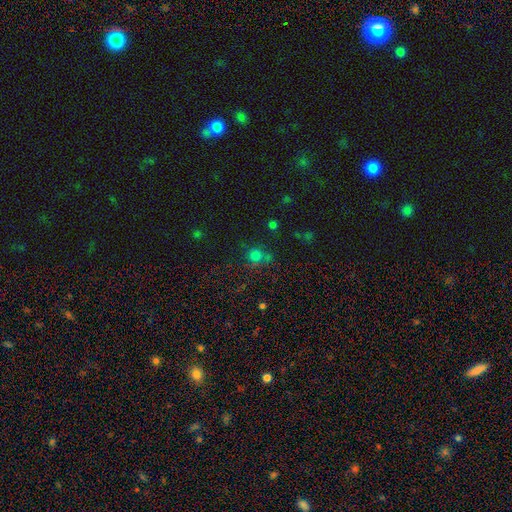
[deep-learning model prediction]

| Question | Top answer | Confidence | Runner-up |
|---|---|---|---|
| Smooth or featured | smooth | 70% | star or artifact (22%) |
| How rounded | round | 88% | in between (10%) |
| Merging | none | 66% | minor disturbance (15%) |